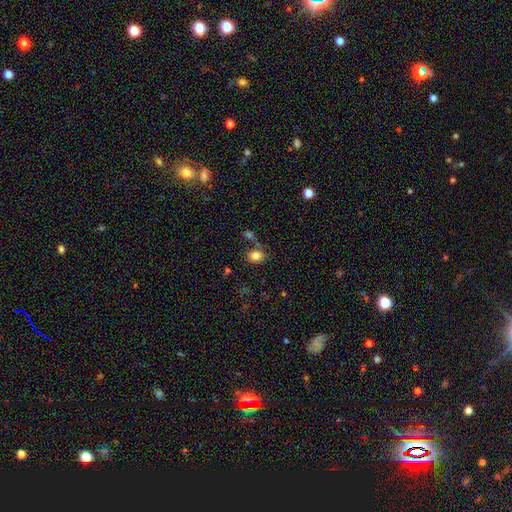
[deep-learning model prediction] Smooth or featured: smooth — 82% (star or artifact — 11%)
How rounded: in between — 60% (round — 39%)
Merging: none — 69% (minor disturbance — 13%)